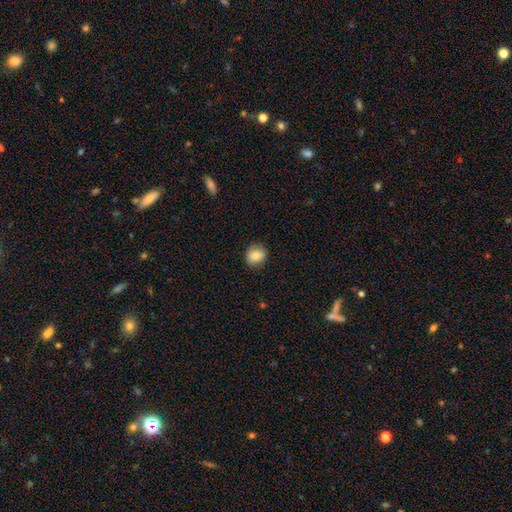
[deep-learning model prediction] Smooth or featured: smooth — 79% (featured or disk — 12%)
How rounded: round — 70% (in between — 29%)
Merging: none — 81% (minor disturbance — 15%)